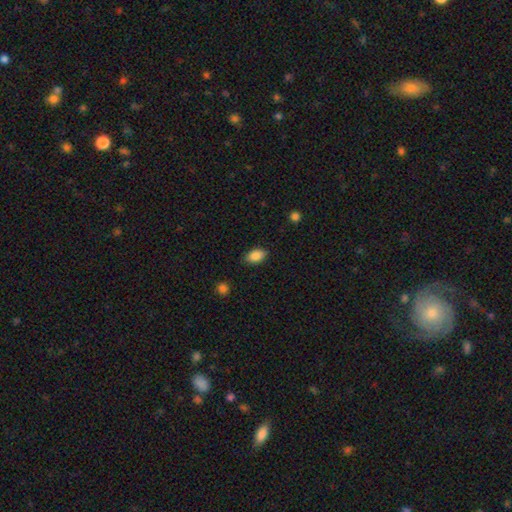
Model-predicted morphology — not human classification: Smooth or featured?
  - smooth: 87% *
  - star or artifact: 8%
  - featured or disk: 5%
How rounded?
  - in between: 90% *
  - round: 8%
  - cigar-shaped: 2%
Merging?
  - none: 86% *
  - minor disturbance: 10%
  - major disturbance: 2%
  - merger: 1%